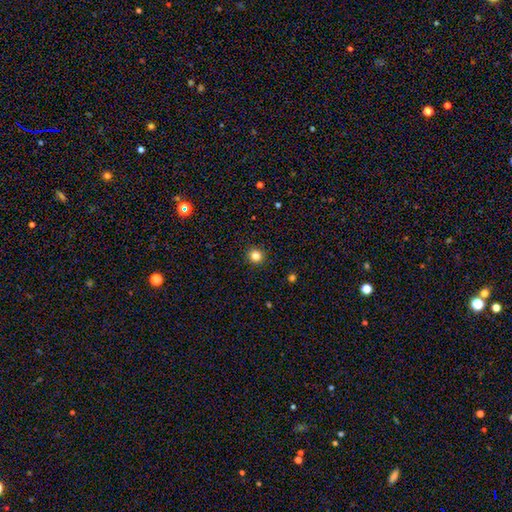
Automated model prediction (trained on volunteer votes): smooth_or_featured: smooth (p=0.82) [alt: star or artifact p=0.13]
how_rounded: round (p=0.92) [alt: in between p=0.07]
merging: none (p=0.93) [alt: minor disturbance p=0.05]